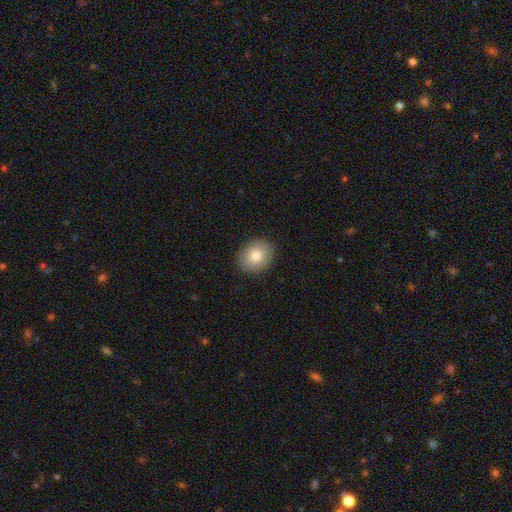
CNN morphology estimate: type=smooth (82%); roundness=round (58%); merging=none (89%).